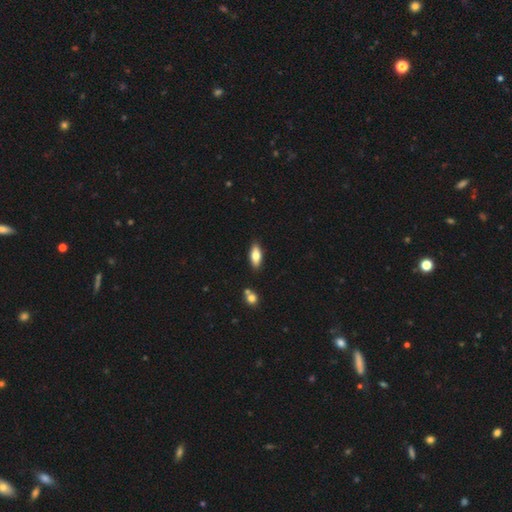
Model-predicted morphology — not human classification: smooth 75%, featured or disk 18%, star or artifact 7%. Down the decision tree: how rounded — in between (78%); merging — none (86%).